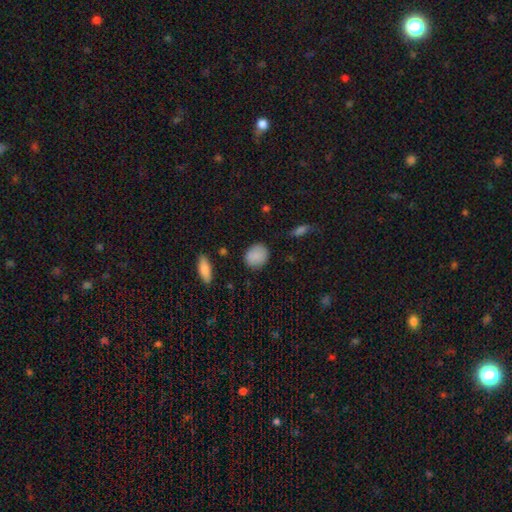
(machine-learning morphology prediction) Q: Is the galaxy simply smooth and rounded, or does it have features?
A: smooth — 88%.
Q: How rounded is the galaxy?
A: round — 70%.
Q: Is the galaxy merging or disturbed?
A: none — 86%.